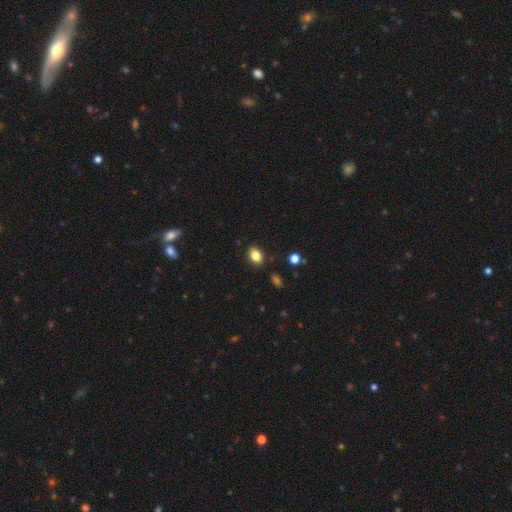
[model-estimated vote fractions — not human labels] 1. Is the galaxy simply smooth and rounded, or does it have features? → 84% smooth, 10% star or artifact, 6% featured or disk.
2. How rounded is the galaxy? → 78% in between, 20% round, 1% cigar-shaped.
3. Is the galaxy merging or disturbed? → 85% none, 10% minor disturbance, 2% major disturbance, 2% merger.